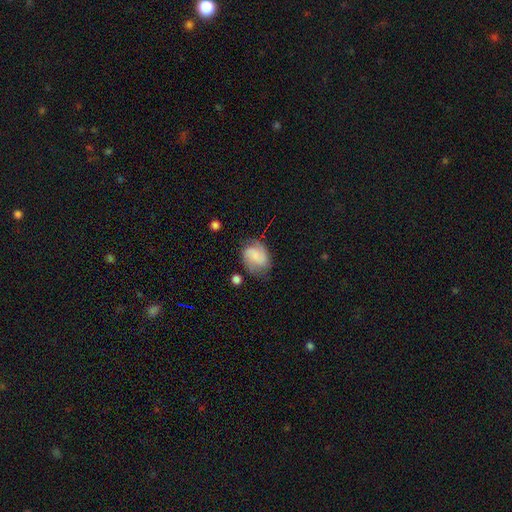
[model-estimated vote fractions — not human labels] A smooth galaxy with no disk features (54%) that is in between round and cigar-shaped (66%). Merging: none (57%).